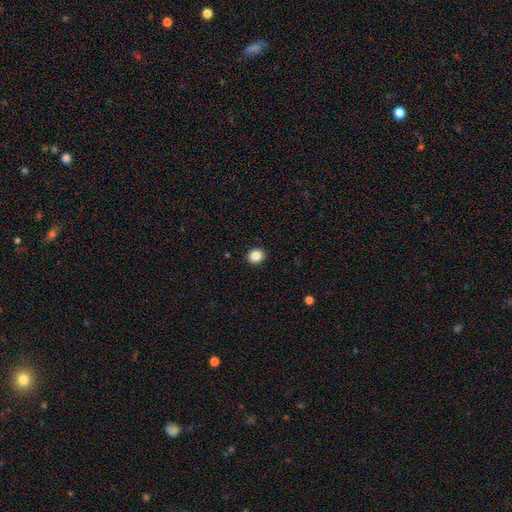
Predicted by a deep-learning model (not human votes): Smooth or featured? Predicted: smooth (p=0.86). How rounded? Predicted: round (p=0.78). Merging? Predicted: none (p=0.92).